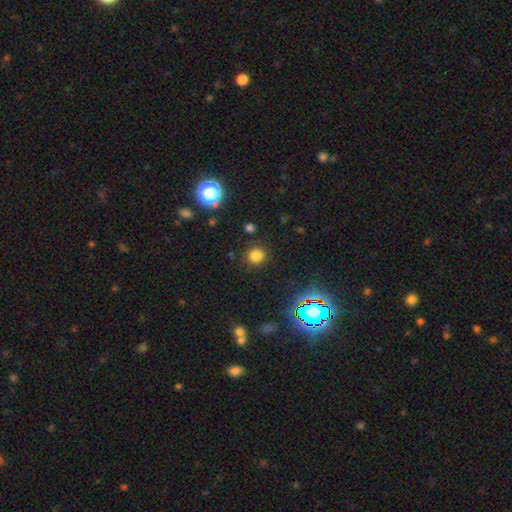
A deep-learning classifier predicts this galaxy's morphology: Smooth or featured? Predicted: smooth (p=0.76). How rounded? Predicted: round (p=0.88). Merging? Predicted: none (p=0.86).